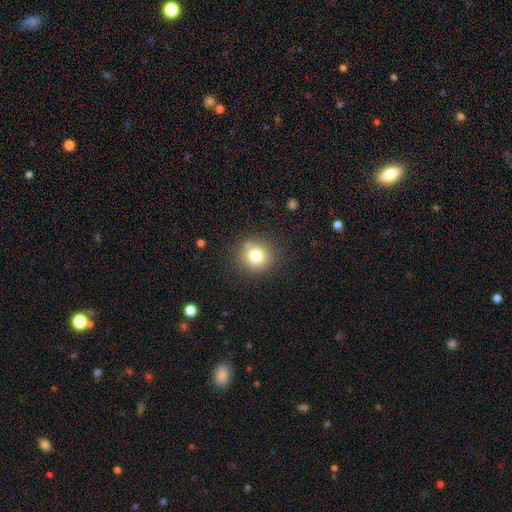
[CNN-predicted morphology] smooth_or_featured: smooth (p=0.78) [alt: star or artifact p=0.13]
how_rounded: round (p=0.90) [alt: in between p=0.09]
merging: none (p=0.84) [alt: minor disturbance p=0.09]